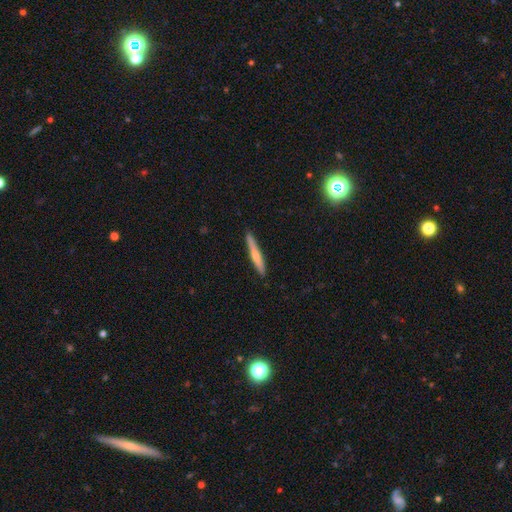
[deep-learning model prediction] Smooth or featured?
  - featured or disk: 47% * (tied)
  - smooth: 47% * (tied)
  - star or artifact: 7%
Merging?
  - none: 89% *
  - minor disturbance: 8%
  - major disturbance: 1%
  - merger: 1%